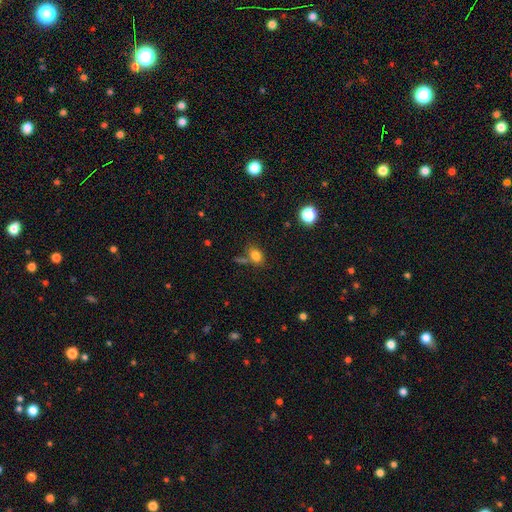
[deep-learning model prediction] This is likely a smooth galaxy (79%). How rounded: likely in between (65%). Merging: likely none (61%).